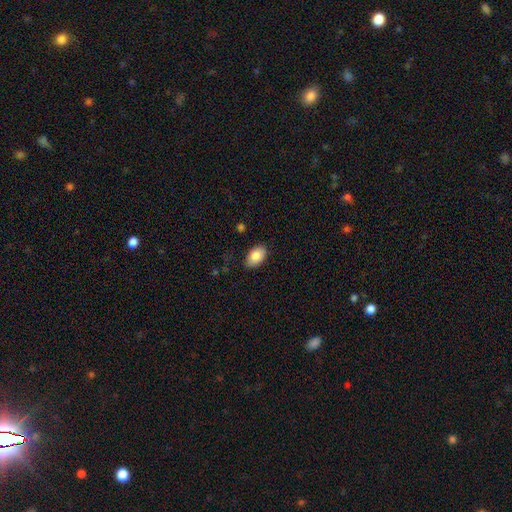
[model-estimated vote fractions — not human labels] The model was most divided on "merging": none: 85%, minor disturbance: 12%, major disturbance: 2%, merger: 1%. More confident: how rounded — in between (91%); smooth or featured — smooth (84%).